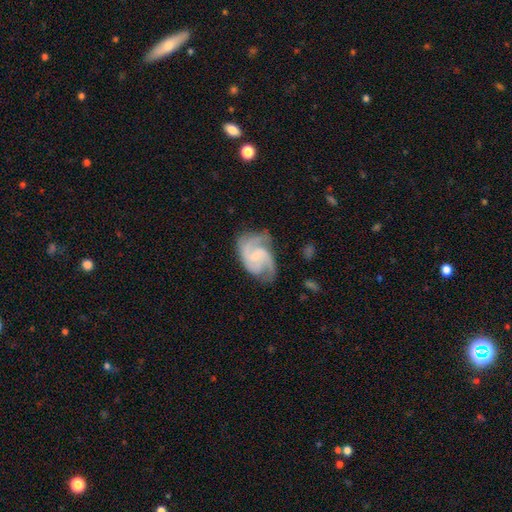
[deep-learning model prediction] Q: Smooth or featured?
A: featured or disk (89%); runner-up: smooth (6%)
Q: Edge-on disk?
A: no (98%); runner-up: yes (2%)
Q: Bar?
A: no (47%); runner-up: weak (45%)
Q: Spiral arms?
A: yes (98%); runner-up: no (2%)
Q: Spiral winding?
A: medium (57%); runner-up: tight (28%)
Q: Spiral arm count?
A: 2 (52%); runner-up: 3 (33%)
Q: Bulge size?
A: small (65%); runner-up: moderate (22%)
Q: Merging?
A: none (67%); runner-up: minor disturbance (22%)